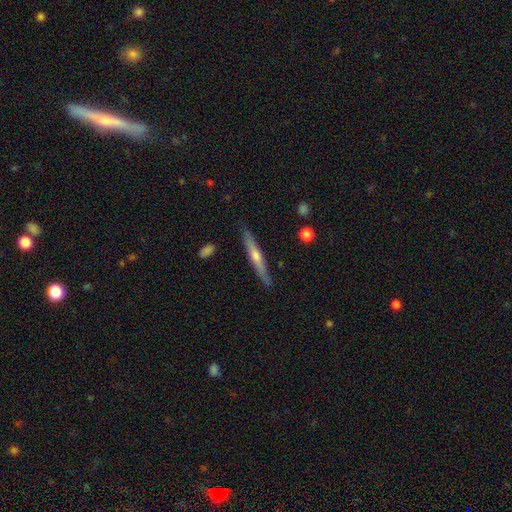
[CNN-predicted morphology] Smooth or featured? Predicted: featured or disk (p=0.66). Edge-on disk? Predicted: yes (p=0.97). Edge-on bulge? Predicted: rounded (p=0.82). Merging? Predicted: none (p=0.89).